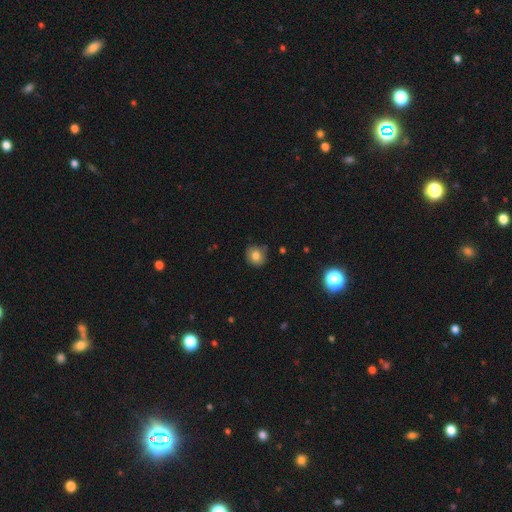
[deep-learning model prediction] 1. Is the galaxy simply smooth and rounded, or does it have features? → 78% smooth, 11% featured or disk, 11% star or artifact.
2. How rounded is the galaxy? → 80% round, 19% in between, 1% cigar-shaped.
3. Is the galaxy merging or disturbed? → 78% none, 17% minor disturbance, 3% major disturbance, 2% merger.